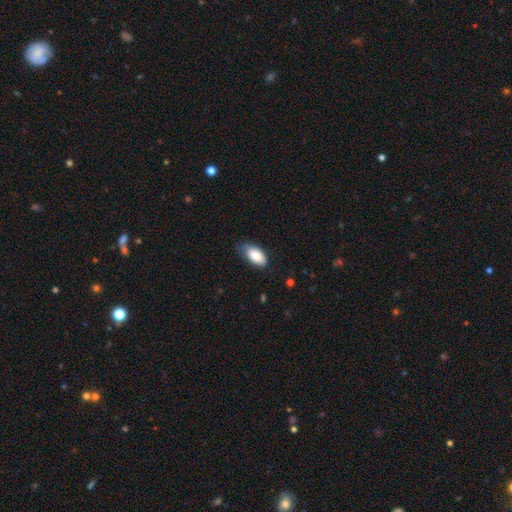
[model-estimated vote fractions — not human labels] This appears to be a smooth galaxy with no disk features (84%) that is in between round and cigar-shaped (94%). Merging: none (57%).